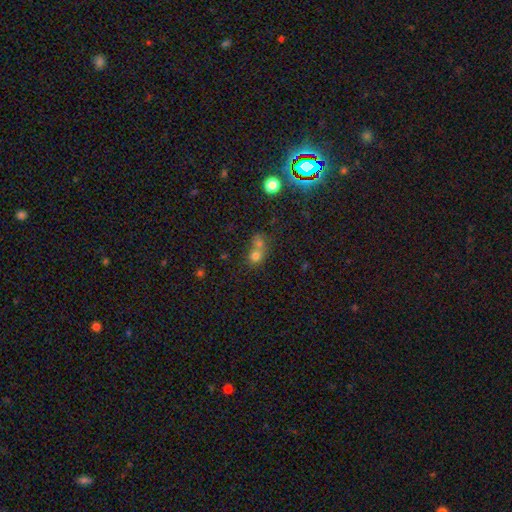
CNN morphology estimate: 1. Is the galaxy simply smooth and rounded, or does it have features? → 72% smooth, 16% star or artifact, 12% featured or disk.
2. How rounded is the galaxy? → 74% round, 25% in between, 1% cigar-shaped.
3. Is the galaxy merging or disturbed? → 60% merger, 30% none, 6% minor disturbance, 3% major disturbance.